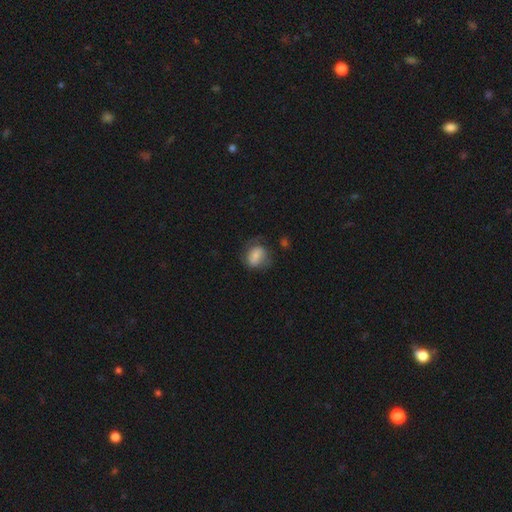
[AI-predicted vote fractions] This appears to be a smooth galaxy with no disk features (65%) that is round (52%). Merging: none (51%).